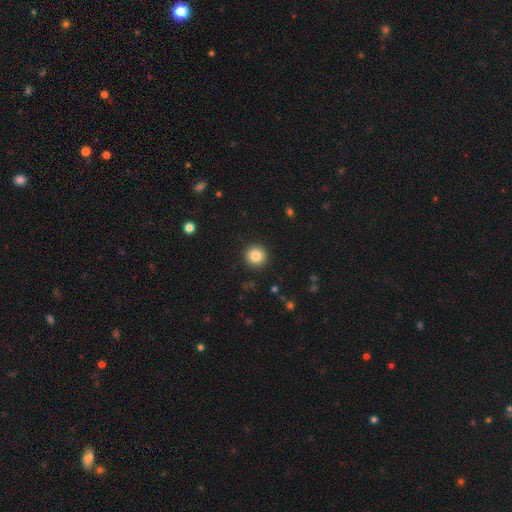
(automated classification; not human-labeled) A smooth galaxy with no disk features (86%) that is round (95%).

Vote fractions:
- Smooth or featured? smooth: 86% / star or artifact: 9% / featured or disk: 5%
- How rounded? round: 95% / in between: 4% / cigar-shaped: 1%
- Merging? none: 92% / minor disturbance: 5% / major disturbance: 2% / merger: 1%